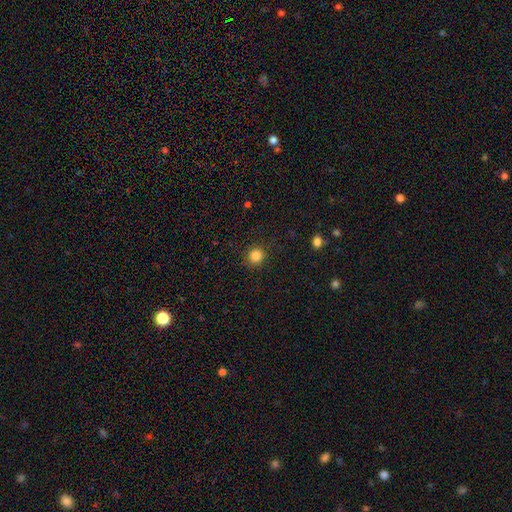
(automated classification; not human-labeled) The model was most divided on "smooth or featured": smooth: 84%, star or artifact: 11%, featured or disk: 4%. More confident: how rounded — round (91%); merging — none (90%).